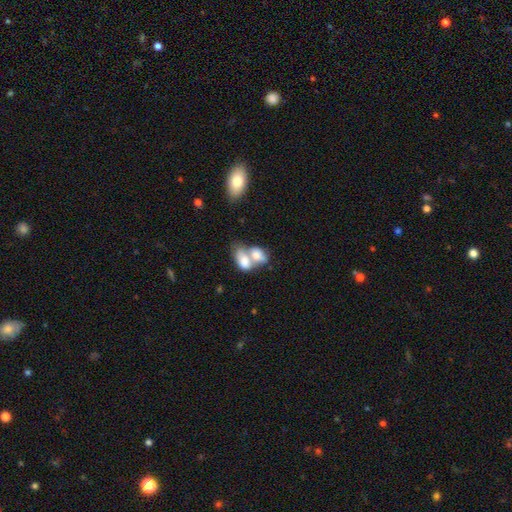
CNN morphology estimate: A smooth galaxy with no disk features (73%) that is in between round and cigar-shaped (86%). Merging: merger (76%).